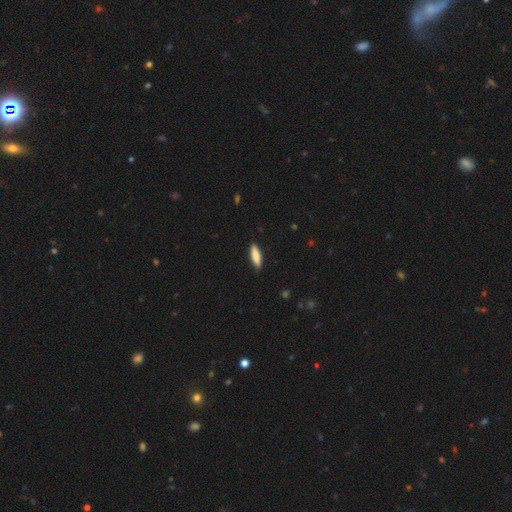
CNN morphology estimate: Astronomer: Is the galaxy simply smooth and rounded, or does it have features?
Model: smooth — 82%.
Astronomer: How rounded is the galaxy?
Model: cigar-shaped — 63%.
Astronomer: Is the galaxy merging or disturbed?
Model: none — 87%.